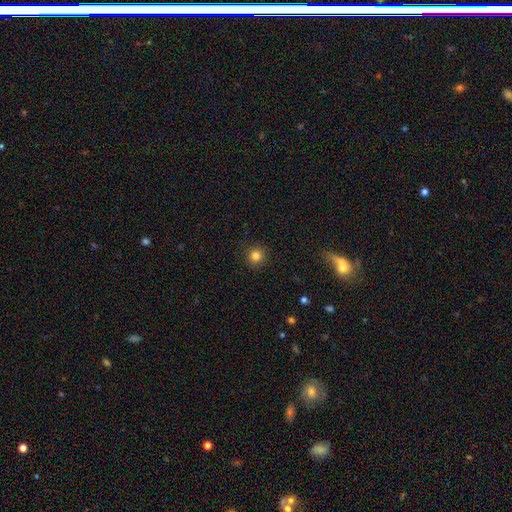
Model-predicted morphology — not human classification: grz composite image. It shows a smooth galaxy with no disk features (82%) that is round (94%). Merging: none (92%).